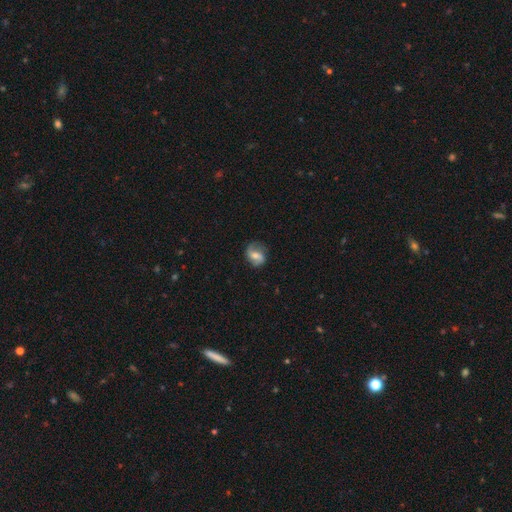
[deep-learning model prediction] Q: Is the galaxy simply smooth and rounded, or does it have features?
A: featured or disk — 66%.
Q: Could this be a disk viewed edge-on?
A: no — 97%.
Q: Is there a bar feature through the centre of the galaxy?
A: weak — 46%.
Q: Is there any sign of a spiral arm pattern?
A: yes — 91%.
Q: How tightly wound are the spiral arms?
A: loose — 41%, tied with medium.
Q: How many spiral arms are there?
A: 2 — 86%.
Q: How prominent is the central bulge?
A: moderate — 58%.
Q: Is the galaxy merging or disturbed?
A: none — 75%.